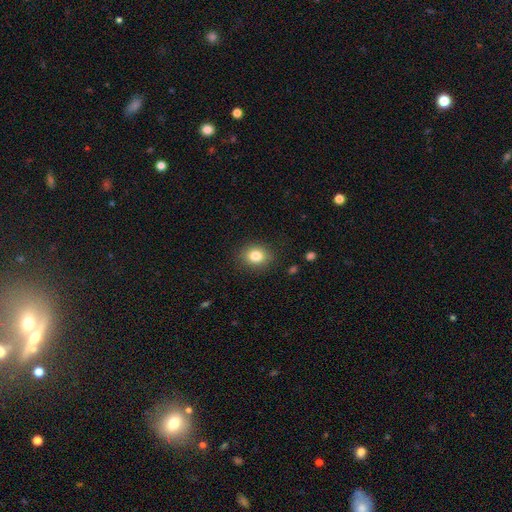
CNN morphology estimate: smooth 82%, star or artifact 10%, featured or disk 7%. Down the decision tree: how rounded — round (63%); merging — none (86%).